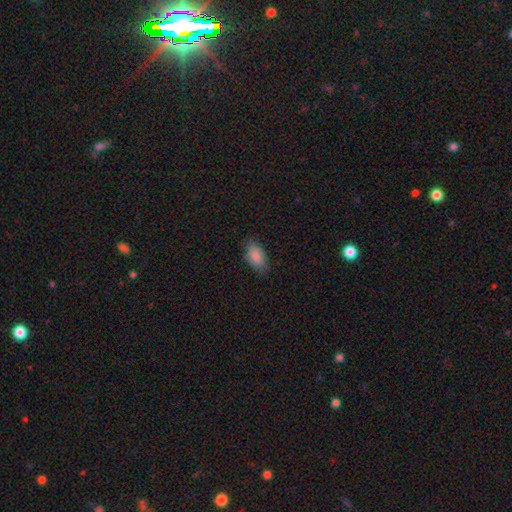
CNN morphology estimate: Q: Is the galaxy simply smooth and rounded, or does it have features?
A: smooth — 88%.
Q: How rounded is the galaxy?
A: in between — 93%.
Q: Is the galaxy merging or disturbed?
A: none — 78%.